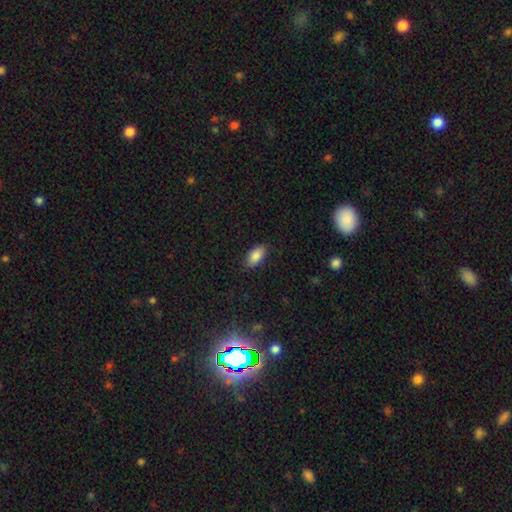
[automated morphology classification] Smooth or featured? smooth (85%)
How rounded? in between (92%)
Merging? none (85%)